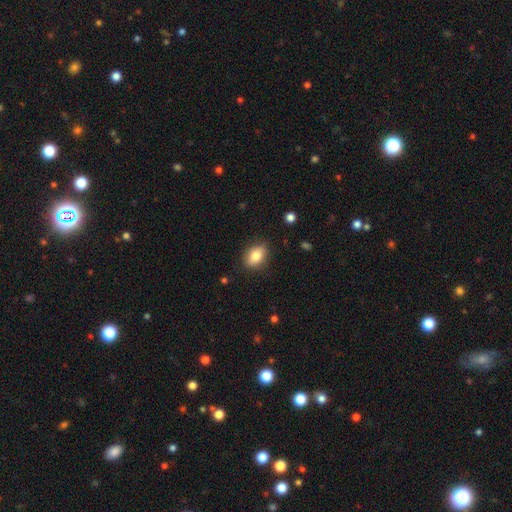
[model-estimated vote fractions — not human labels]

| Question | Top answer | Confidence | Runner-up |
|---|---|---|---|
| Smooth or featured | smooth | 82% | featured or disk (11%) |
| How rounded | in between | 81% | round (17%) |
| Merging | none | 84% | minor disturbance (12%) |